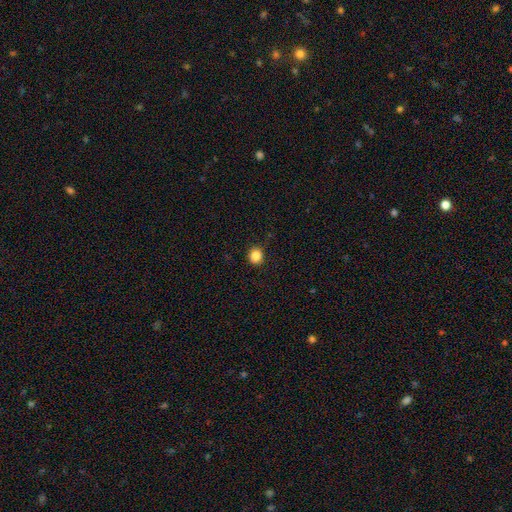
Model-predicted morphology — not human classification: type=smooth (85%); roundness=round (85%); merging=none (89%).